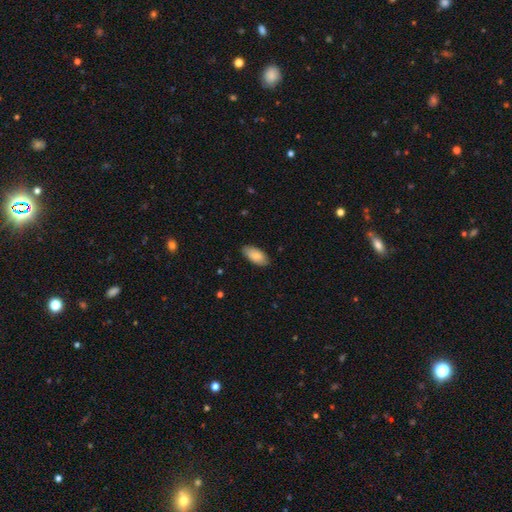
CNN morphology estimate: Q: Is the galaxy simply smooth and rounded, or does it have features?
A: smooth — 85%.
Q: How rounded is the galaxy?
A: in between — 92%.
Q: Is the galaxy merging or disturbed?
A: none — 85%.